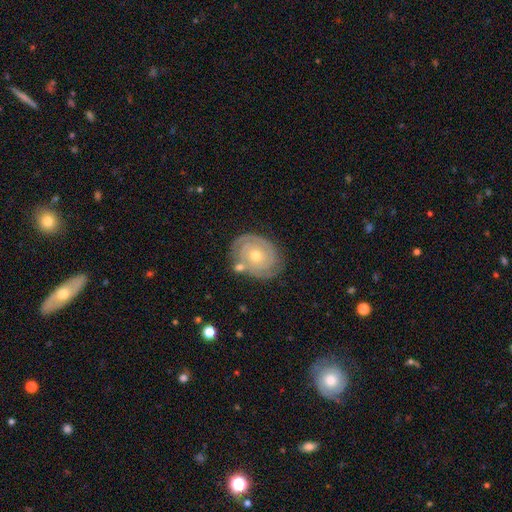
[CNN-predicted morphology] type=featured or disk (87%); edge-on=no (97%); bar=no (80%); spiral arms=yes (97%); winding=tight (84%); arm count=2 (69%); bulge=small (52%); merging=none (80%).